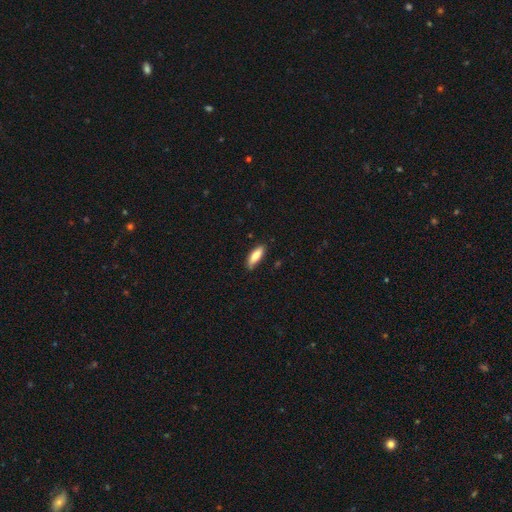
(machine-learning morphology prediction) type=smooth (83%); roundness=in between (58%); merging=none (81%).